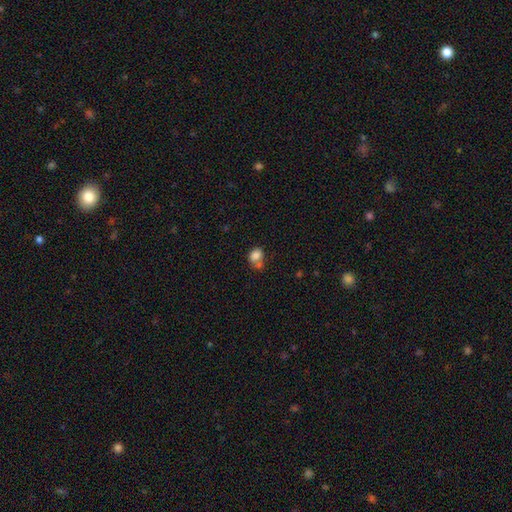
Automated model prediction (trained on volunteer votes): A smooth galaxy with no disk features (81%) that is in between round and cigar-shaped (60%).

Vote fractions:
- Smooth or featured? smooth: 81% / star or artifact: 11% / featured or disk: 8%
- How rounded? in between: 60% / round: 39% / cigar-shaped: 1%
- Merging? none: 38% / merger: 36% / minor disturbance: 18% / major disturbance: 8%